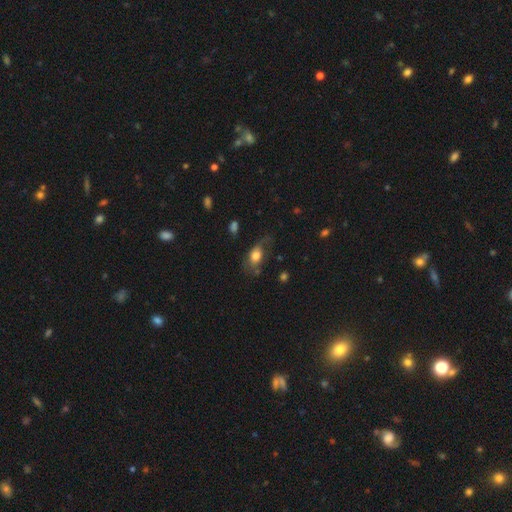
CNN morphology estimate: The model was most divided on "merging": none: 39%, minor disturbance: 29%, major disturbance: 29%, merger: 4%. More confident: how rounded — in between (79%); smooth or featured — smooth (67%).